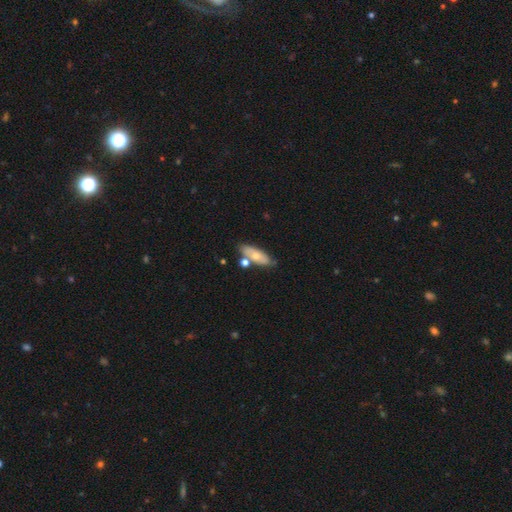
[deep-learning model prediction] Morphology: type=smooth (59%); roundness=in between (68%); merging=none (64%).